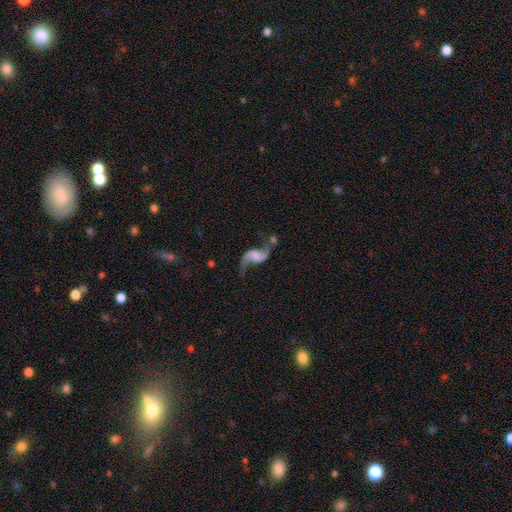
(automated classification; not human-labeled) Smooth or featured?
  - featured or disk: 87% *
  - smooth: 7%
  - star or artifact: 6%
Edge-on disk?
  - no: 97% *
  - yes: 3%
Bar?
  - no: 49% *
  - weak: 37%
  - strong: 14%
Spiral arms?
  - yes: 96% *
  - no: 4%
Spiral winding?
  - loose: 88% *
  - medium: 10%
  - tight: 2%
Spiral arm count?
  - 2: 93% *
  - 1: 3%
  - can't tell: 1%
  - 3: 1%
  - 4: 1%
  - more than 4: 1%
Bulge size?
  - none: 43% *
  - moderate: 18%
  - small: 18%
  - large: 17%
  - dominant: 4%
Merging?
  - none: 64% *
  - minor disturbance: 16%
  - major disturbance: 11%
  - merger: 10%